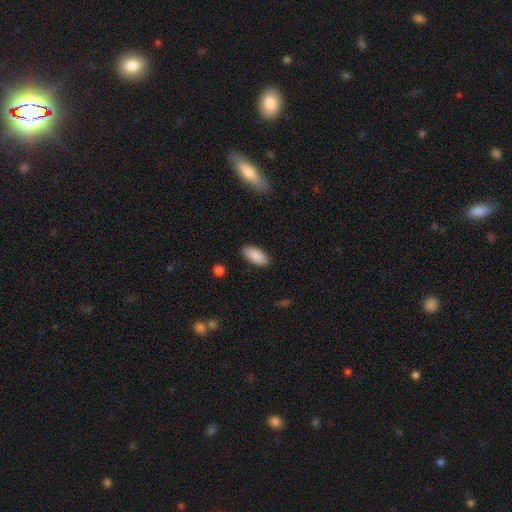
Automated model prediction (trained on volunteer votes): Smooth or featured?
  - smooth: 89% *
  - star or artifact: 6%
  - featured or disk: 5%
How rounded?
  - in between: 91% *
  - cigar-shaped: 7%
  - round: 2%
Merging?
  - none: 88% *
  - minor disturbance: 9%
  - major disturbance: 2%
  - merger: 1%